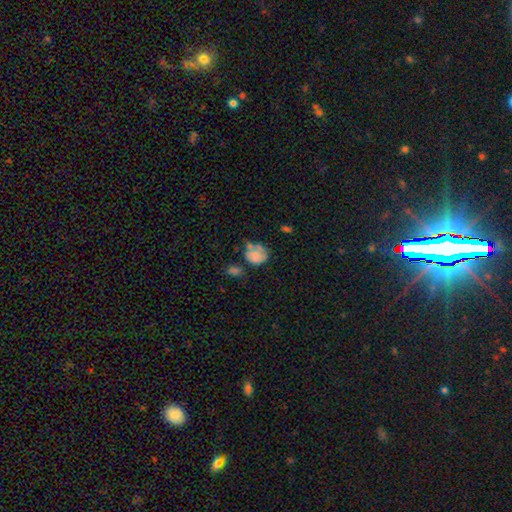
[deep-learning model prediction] Smooth or featured? Predicted: smooth (p=0.65). How rounded? Predicted: round (p=0.59). Merging? Predicted: none (p=0.35).